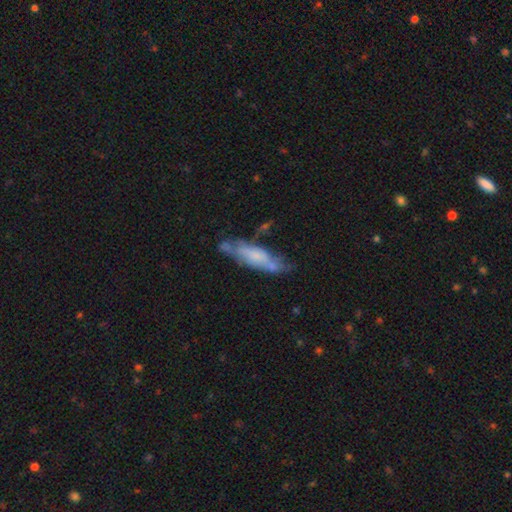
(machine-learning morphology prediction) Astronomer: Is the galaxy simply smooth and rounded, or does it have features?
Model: featured or disk — 47% (runner-up: smooth, 45%).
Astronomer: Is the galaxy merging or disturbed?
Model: none — 50% (runner-up: minor disturbance, 28%).